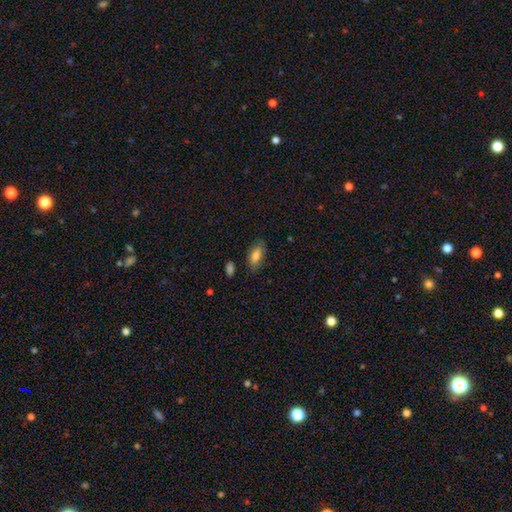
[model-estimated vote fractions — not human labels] A smooth galaxy with no disk features (77%) that is in between round and cigar-shaped (87%).

Vote fractions:
- Smooth or featured? smooth: 77% / featured or disk: 16% / star or artifact: 7%
- How rounded? in between: 87% / cigar-shaped: 10% / round: 3%
- Merging? none: 79% / minor disturbance: 15% / major disturbance: 4% / merger: 2%